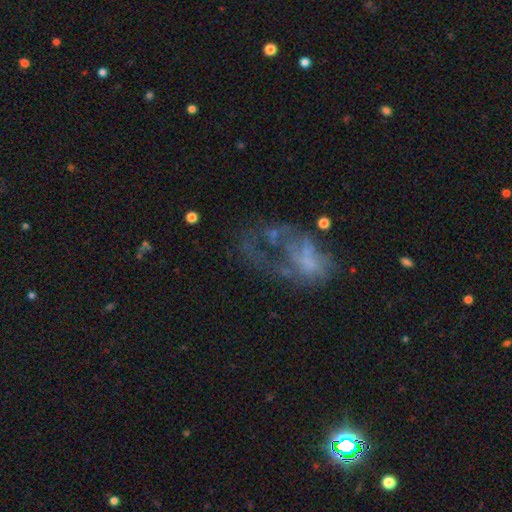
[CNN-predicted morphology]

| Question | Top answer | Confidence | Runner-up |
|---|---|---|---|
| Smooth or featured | featured or disk | 51% | star or artifact (27%) |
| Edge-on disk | no | 95% | yes (5%) |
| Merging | major disturbance | 49% | none (28%) |